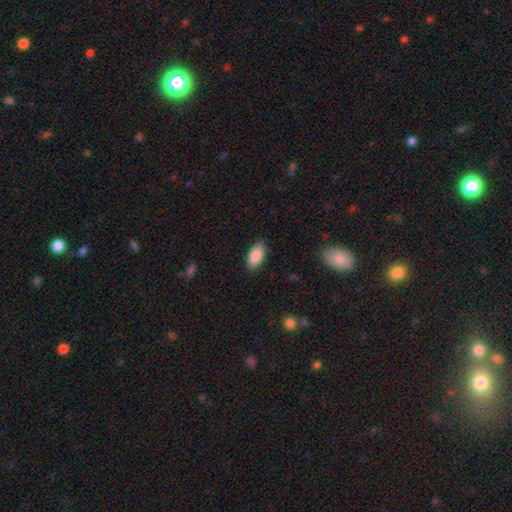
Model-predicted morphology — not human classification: smooth-or-featured: smooth: 89% | star or artifact: 6% | featured or disk: 5%
  how-rounded: in between: 94% | cigar-shaped: 4% | round: 2%
  merging: none: 84% | minor disturbance: 13% | major disturbance: 2% | merger: 1%